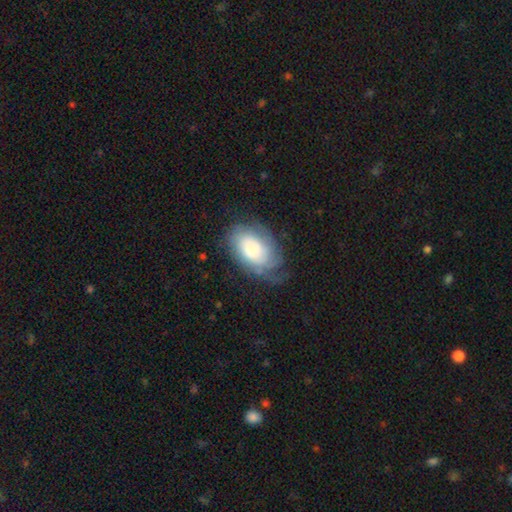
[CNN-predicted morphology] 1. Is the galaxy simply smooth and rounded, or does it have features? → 52% featured or disk, 40% smooth, 8% star or artifact.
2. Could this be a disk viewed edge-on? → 96% no, 4% yes.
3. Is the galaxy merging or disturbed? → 56% none, 26% minor disturbance, 16% major disturbance, 1% merger.